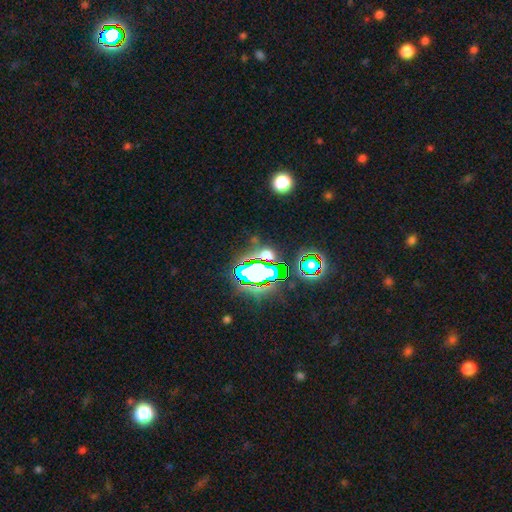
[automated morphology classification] A star or artifact, not a galaxy (82%).

Vote fractions:
- Smooth or featured? star or artifact: 82% / smooth: 11% / featured or disk: 7%